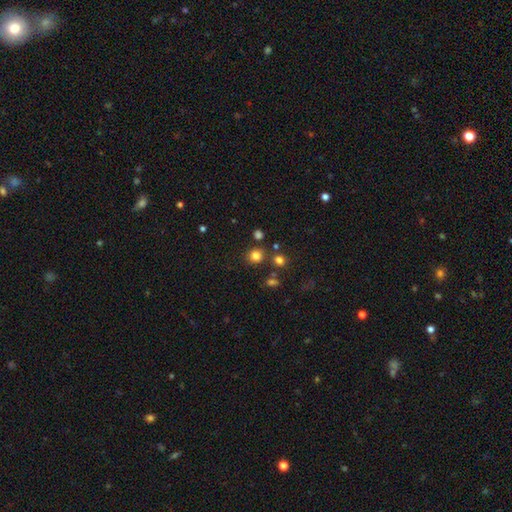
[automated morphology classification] Smooth or featured? smooth (80%)
How rounded? round (84%)
Merging? none (82%)